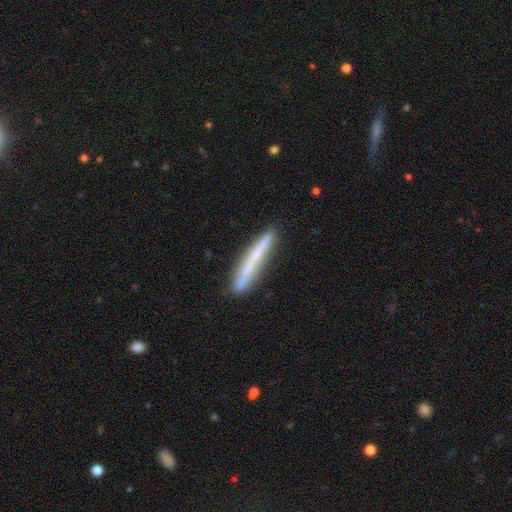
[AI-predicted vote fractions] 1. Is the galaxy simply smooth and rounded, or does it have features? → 47% featured or disk, 46% smooth, 7% star or artifact.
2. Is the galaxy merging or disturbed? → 85% none, 11% minor disturbance, 2% major disturbance, 2% merger.